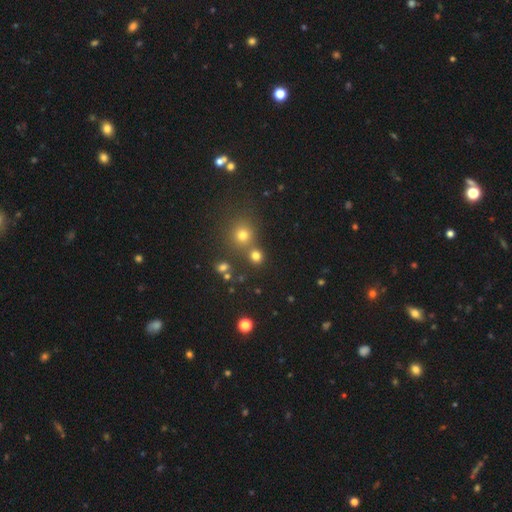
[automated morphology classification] Q: Smooth or featured?
A: smooth (75%); runner-up: star or artifact (19%)
Q: How rounded?
A: round (88%); runner-up: in between (11%)
Q: Merging?
A: none (72%); runner-up: merger (18%)